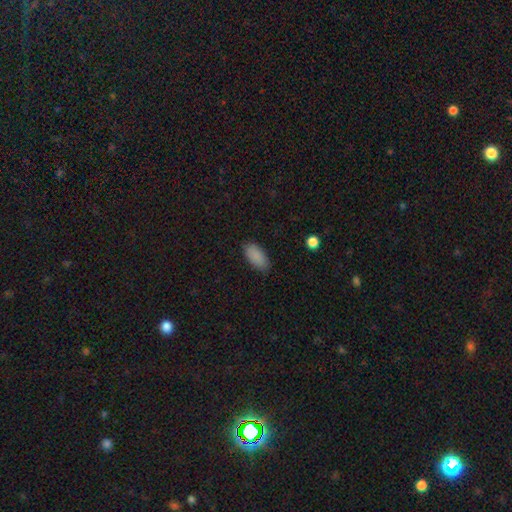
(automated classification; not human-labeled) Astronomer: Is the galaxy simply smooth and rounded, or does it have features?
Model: smooth — 89%.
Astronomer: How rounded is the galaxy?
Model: in between — 92%.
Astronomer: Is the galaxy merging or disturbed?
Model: none — 84%.